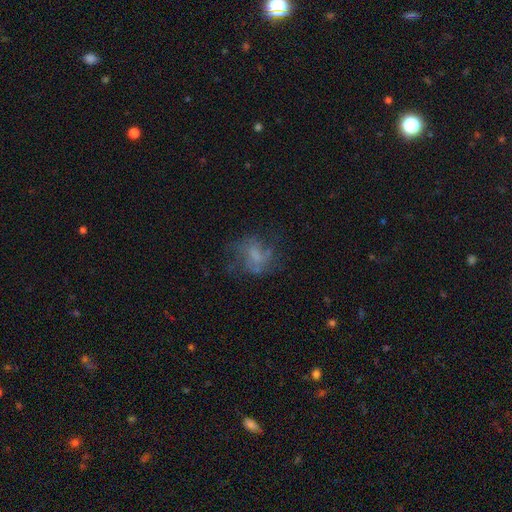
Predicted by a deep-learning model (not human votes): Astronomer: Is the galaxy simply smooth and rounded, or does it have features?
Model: featured or disk — 53% (runner-up: smooth, 32%).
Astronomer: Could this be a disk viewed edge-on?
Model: no — 98%.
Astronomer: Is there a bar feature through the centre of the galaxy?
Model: no — 61%.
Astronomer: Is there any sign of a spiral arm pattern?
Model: yes — 58% (runner-up: no, 42%).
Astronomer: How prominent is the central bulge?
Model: none — 49% (runner-up: small, 24%).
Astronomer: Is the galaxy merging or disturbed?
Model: none — 51% (runner-up: major disturbance, 27%).